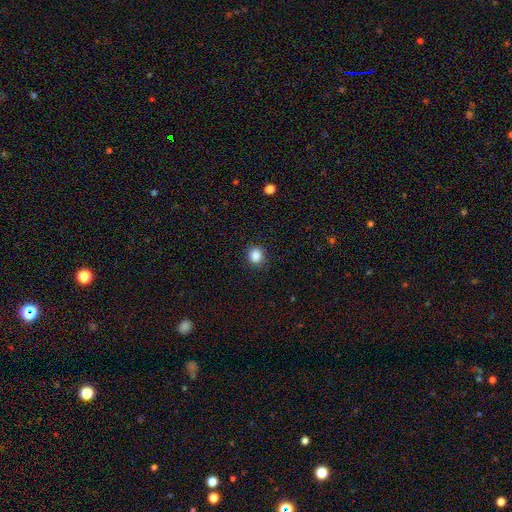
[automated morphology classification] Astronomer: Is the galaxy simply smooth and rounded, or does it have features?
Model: smooth — 87%.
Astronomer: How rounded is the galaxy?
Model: round — 84%.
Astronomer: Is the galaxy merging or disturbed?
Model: none — 88%.